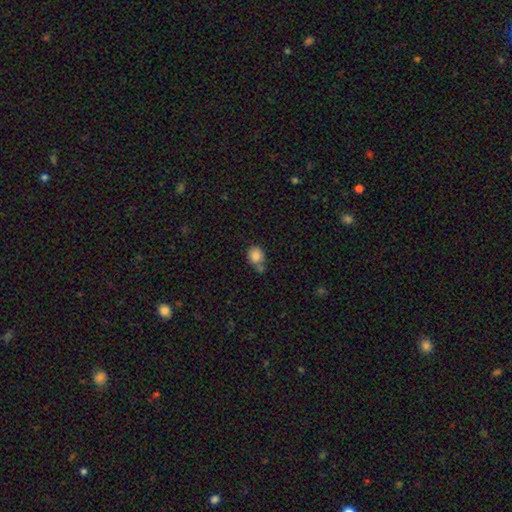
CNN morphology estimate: Smooth or featured?
  - smooth: 85% *
  - star or artifact: 9%
  - featured or disk: 6%
How rounded?
  - round: 76% *
  - in between: 23%
  - cigar-shaped: 1%
Merging?
  - none: 53% *
  - merger: 25%
  - minor disturbance: 17%
  - major disturbance: 5%